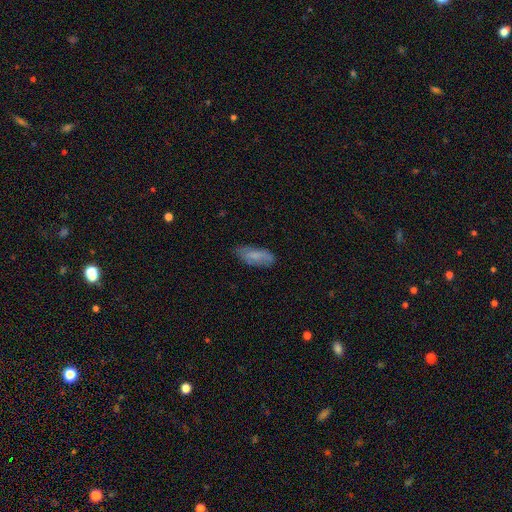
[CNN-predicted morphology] A smooth galaxy with no disk features (74%) that is in between round and cigar-shaped (79%). Merging: none (68%).